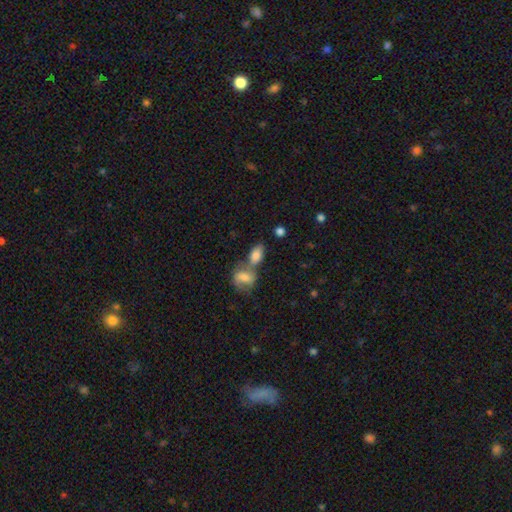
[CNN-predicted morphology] type=smooth (81%); roundness=in between (87%); merging=merger (47%).